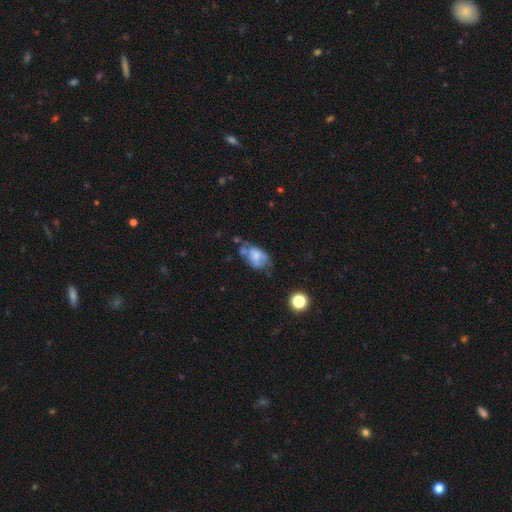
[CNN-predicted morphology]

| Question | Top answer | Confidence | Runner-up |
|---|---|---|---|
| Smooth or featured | smooth | 49% | featured or disk (40%) |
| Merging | minor disturbance | 30% | tied: none (30%) |